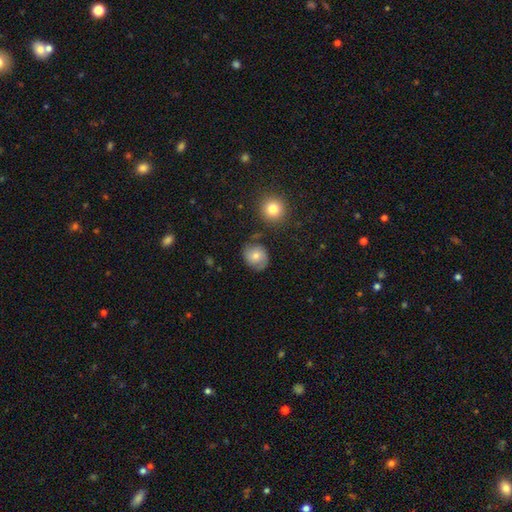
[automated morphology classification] A smooth galaxy with no disk features (59%) that is round (75%).

Vote fractions:
- Smooth or featured? smooth: 59% / featured or disk: 31% / star or artifact: 10%
- How rounded? round: 75% / in between: 24% / cigar-shaped: 1%
- Merging? none: 72% / minor disturbance: 18% / major disturbance: 6% / merger: 4%